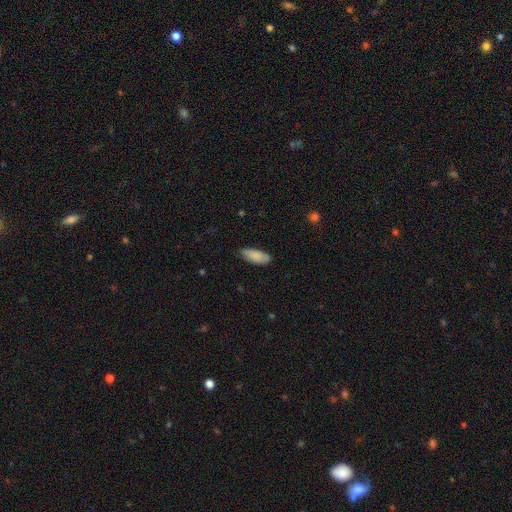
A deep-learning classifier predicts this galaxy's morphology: Q: Smooth or featured?
A: smooth (87%); runner-up: featured or disk (7%)
Q: How rounded?
A: in between (81%); runner-up: cigar-shaped (18%)
Q: Merging?
A: none (79%); runner-up: minor disturbance (17%)